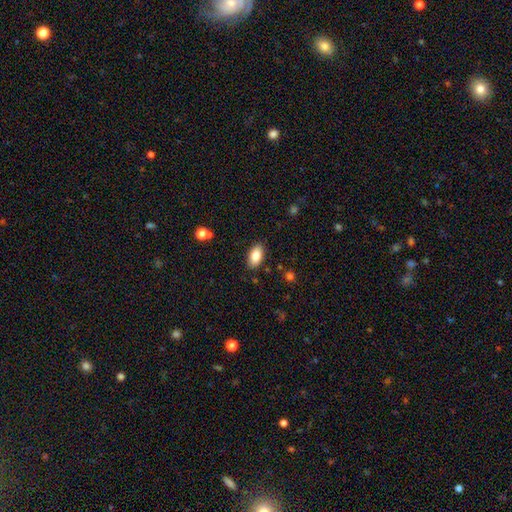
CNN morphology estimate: smooth 85%, featured or disk 8%, star or artifact 7%. Down the decision tree: how rounded — in between (93%); merging — none (87%).